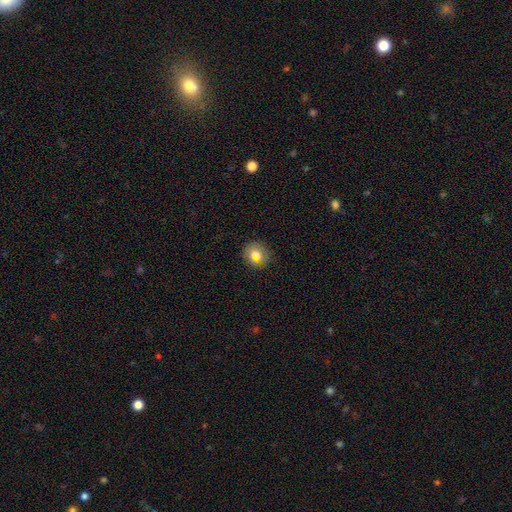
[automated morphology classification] A smooth galaxy with no disk features (68%) that is round (83%).

Vote fractions:
- Smooth or featured? smooth: 68% / star or artifact: 18% / featured or disk: 14%
- How rounded? round: 83% / in between: 16% / cigar-shaped: 2%
- Merging? none: 84% / minor disturbance: 10% / major disturbance: 3% / merger: 2%